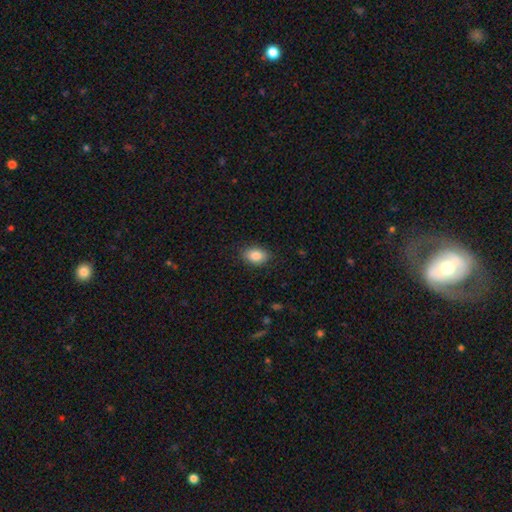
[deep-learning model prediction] This appears to be a smooth galaxy with no disk features (86%) that is in between round and cigar-shaped (82%). Merging: none (87%).